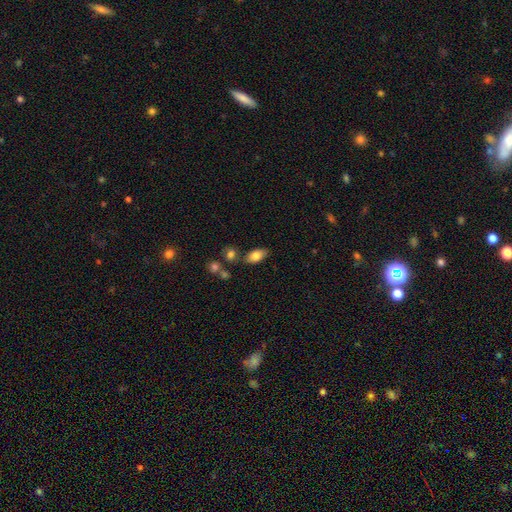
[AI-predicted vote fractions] This appears to be a smooth galaxy with no disk features (82%) that is in between round and cigar-shaped (91%). Merging: none (75%).